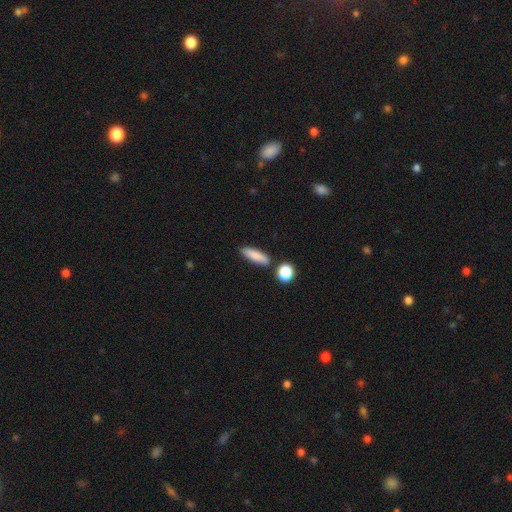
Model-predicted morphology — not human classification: Q: Smooth or featured?
A: smooth (83%); runner-up: featured or disk (10%)
Q: How rounded?
A: cigar-shaped (51%); runner-up: in between (44%)
Q: Merging?
A: none (80%); runner-up: minor disturbance (11%)